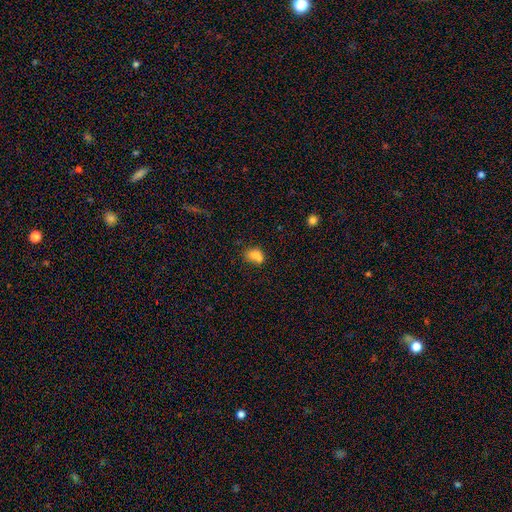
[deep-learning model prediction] Smooth or featured? smooth (75%)
How rounded? in between (58%)
Merging? merger (44%)